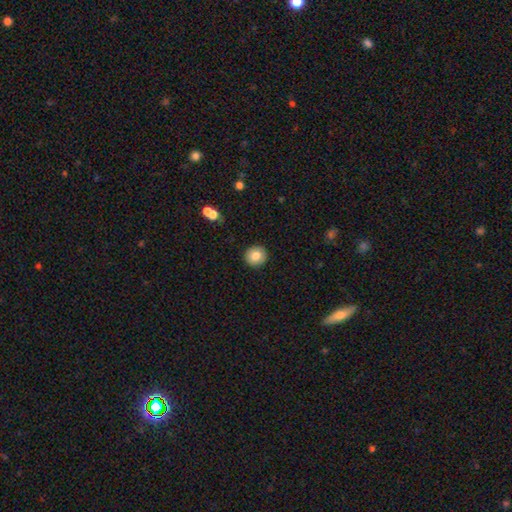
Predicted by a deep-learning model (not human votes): Smooth or featured? Predicted: smooth (p=0.82). How rounded? Predicted: round (p=0.92). Merging? Predicted: none (p=0.92).